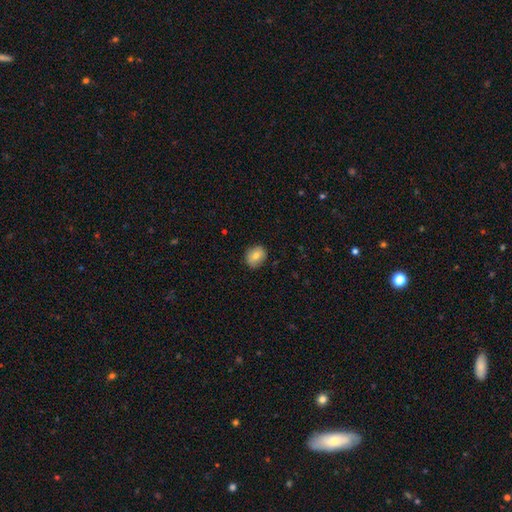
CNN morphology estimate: Smooth or featured: smooth — 76% (featured or disk — 15%)
How rounded: round — 62% (in between — 37%)
Merging: none — 85% (minor disturbance — 11%)